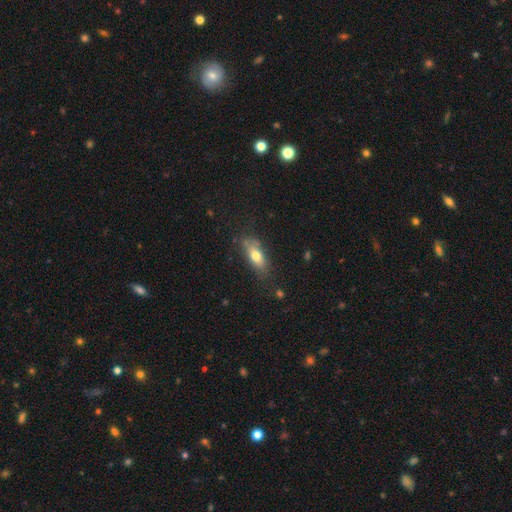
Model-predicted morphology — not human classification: smooth_or_featured: smooth (p=0.70) [alt: featured or disk p=0.22]
how_rounded: in between (p=0.75) [alt: cigar-shaped p=0.21]
merging: none (p=0.69) [alt: minor disturbance p=0.21]